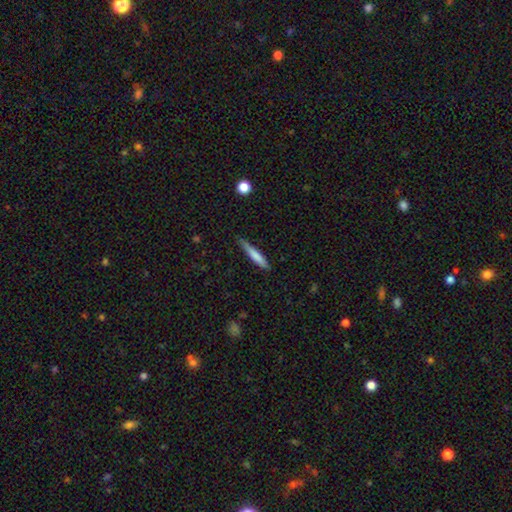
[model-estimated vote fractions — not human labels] smooth-or-featured: smooth: 73% | featured or disk: 22% | star or artifact: 6%
  how-rounded: cigar-shaped: 91% | in between: 7% | round: 1%
  merging: none: 75% | minor disturbance: 20% | major disturbance: 3% | merger: 2%